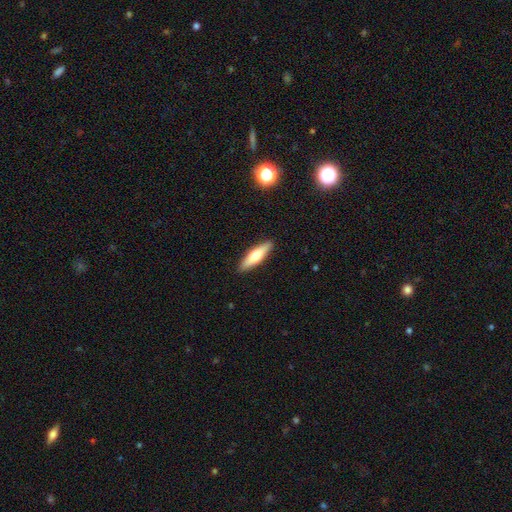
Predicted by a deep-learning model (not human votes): A smooth galaxy with no disk features (59%) that is cigar-shaped (66%).

Vote fractions:
- Smooth or featured? smooth: 59% / featured or disk: 36% / star or artifact: 5%
- How rounded? cigar-shaped: 66% / in between: 32% / round: 2%
- Merging? none: 90% / minor disturbance: 7% / major disturbance: 1% / merger: 1%